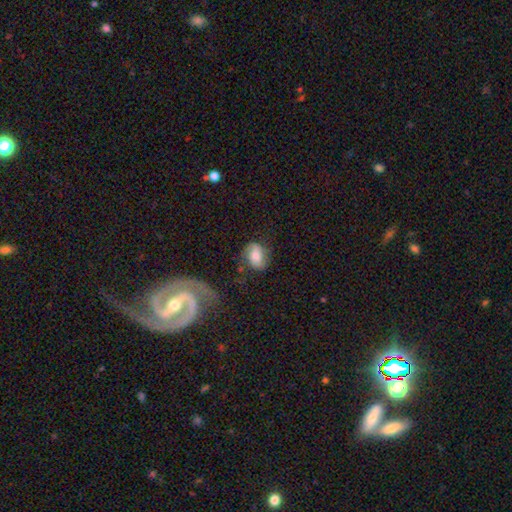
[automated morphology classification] Smooth or featured? Predicted: smooth (p=0.62). How rounded? Predicted: in between (p=0.68). Merging? Predicted: none (p=0.64).